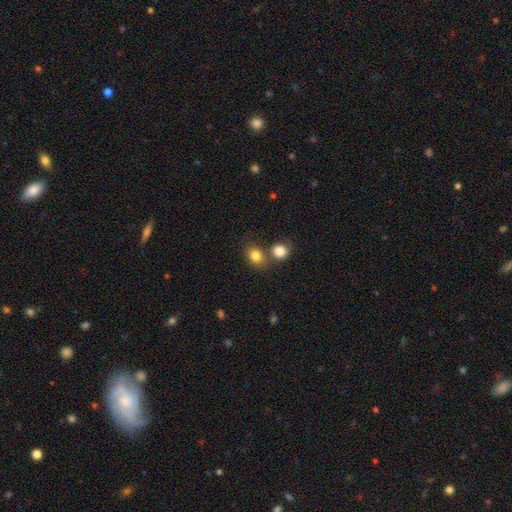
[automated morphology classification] A smooth galaxy with no disk features (83%) that is round (53%). Merging: none (55%).